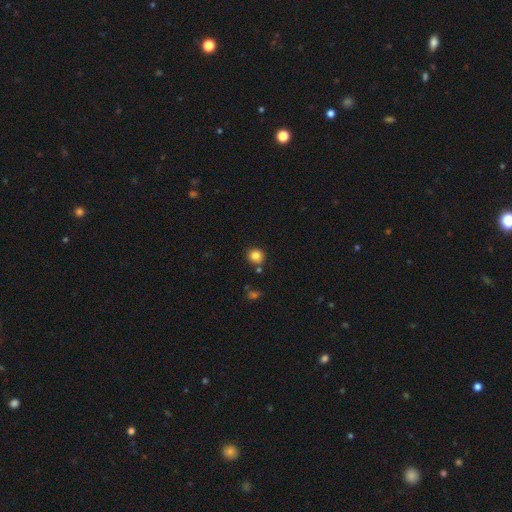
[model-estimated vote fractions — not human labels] The model was most divided on "merging": none: 81%, minor disturbance: 10%, merger: 6%, major disturbance: 3%. More confident: how rounded — round (87%); smooth or featured — smooth (84%).